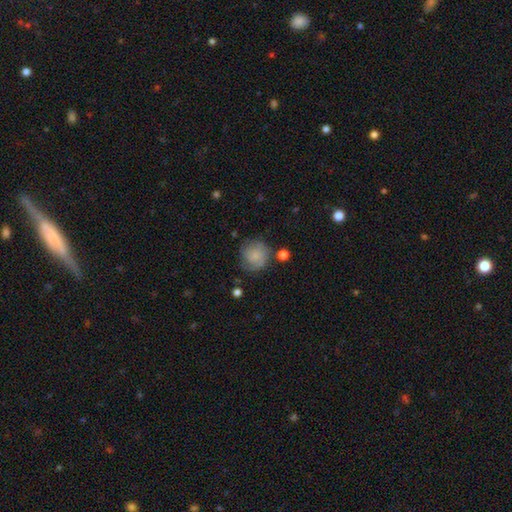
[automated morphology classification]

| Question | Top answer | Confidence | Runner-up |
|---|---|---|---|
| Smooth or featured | smooth | 58% | featured or disk (33%) |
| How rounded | round | 87% | in between (12%) |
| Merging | none | 63% | minor disturbance (22%) |